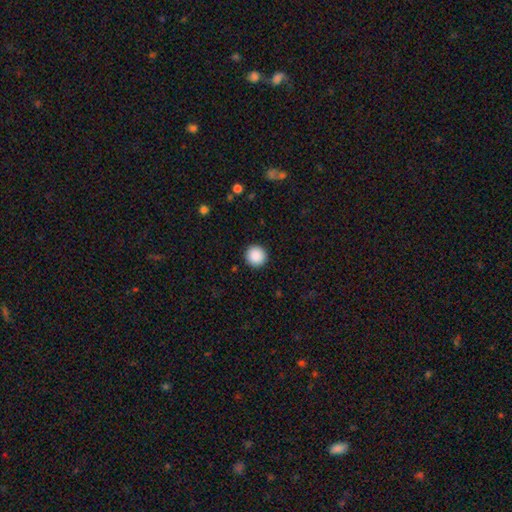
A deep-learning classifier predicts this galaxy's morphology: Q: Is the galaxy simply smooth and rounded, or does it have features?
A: smooth — 89%.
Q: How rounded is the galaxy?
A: round — 96%.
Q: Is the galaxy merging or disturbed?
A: none — 93%.